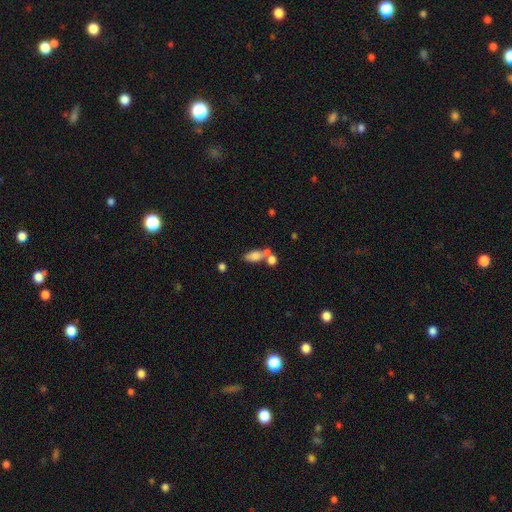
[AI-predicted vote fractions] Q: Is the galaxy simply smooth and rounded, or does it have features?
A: smooth — 71%.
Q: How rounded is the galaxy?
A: in between — 79%.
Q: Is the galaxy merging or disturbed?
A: none — 46%.